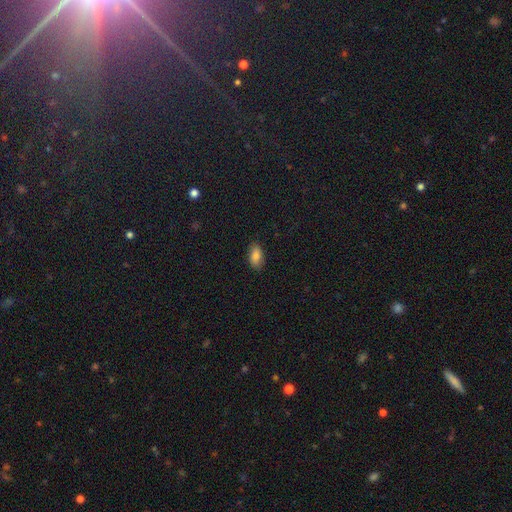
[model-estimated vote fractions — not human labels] A smooth galaxy with no disk features (85%) that is in between round and cigar-shaped (92%).

Vote fractions:
- Smooth or featured? smooth: 85% / star or artifact: 8% / featured or disk: 7%
- How rounded? in between: 92% / round: 4% / cigar-shaped: 4%
- Merging? none: 86% / minor disturbance: 11% / major disturbance: 2% / merger: 1%